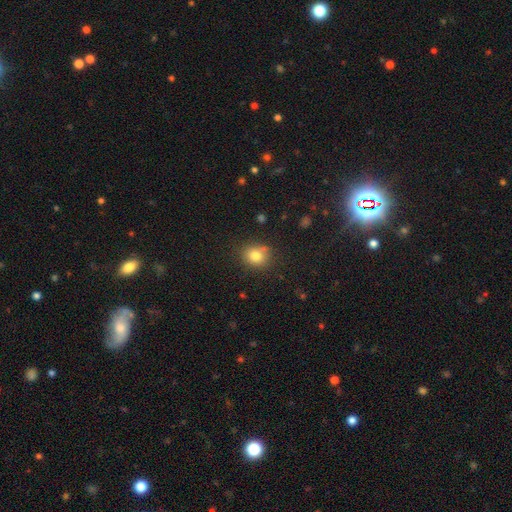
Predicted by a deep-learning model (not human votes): smooth 79%, star or artifact 12%, featured or disk 9%. Down the decision tree: how rounded — round (73%); merging — none (77%).